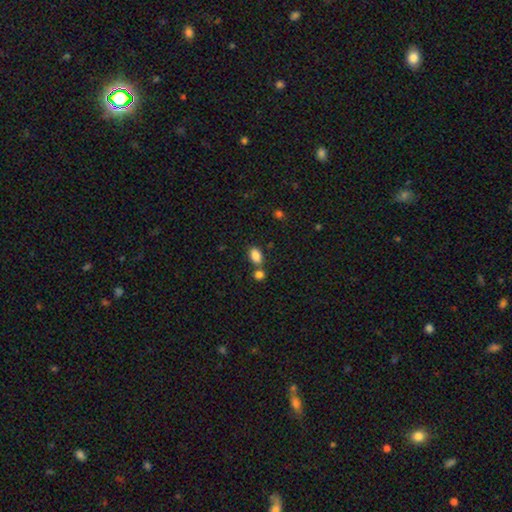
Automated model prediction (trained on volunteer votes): Smooth or featured? smooth (85%)
How rounded? in between (86%)
Merging? none (61%)